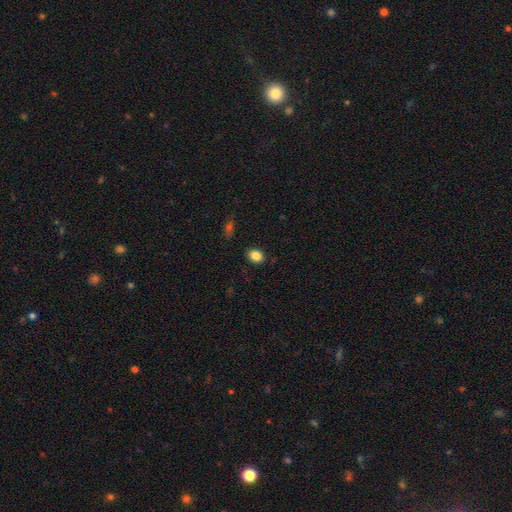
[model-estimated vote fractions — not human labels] Smooth or featured? Predicted: smooth (p=0.85). How rounded? Predicted: in between (p=0.52). Merging? Predicted: none (p=0.88).